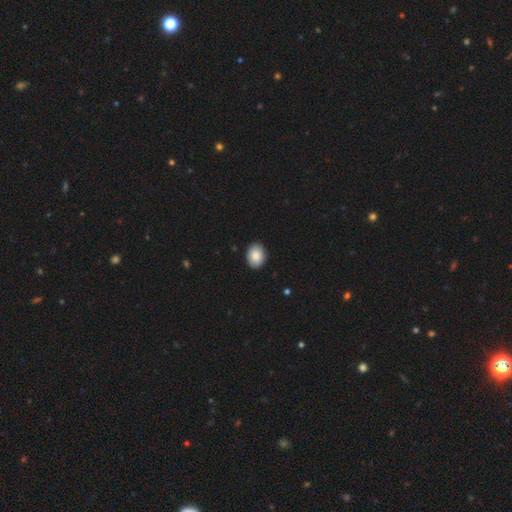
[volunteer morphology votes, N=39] Smooth or featured: smooth — 97% (star or artifact — 3%)
How rounded: in between — 68% (round — 32%)
Merging: none — 84% (minor disturbance — 13%)